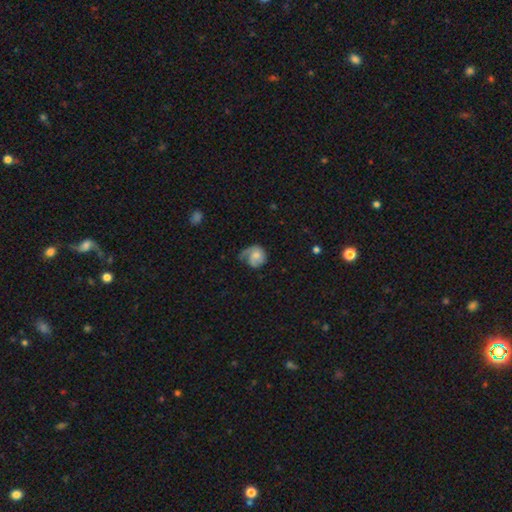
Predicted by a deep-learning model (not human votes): Morphology: type=featured or disk (53%); edge-on=no (97%); bar=no (76%); spiral arms=yes (85%); bulge=small (45%); merging=none (41%).